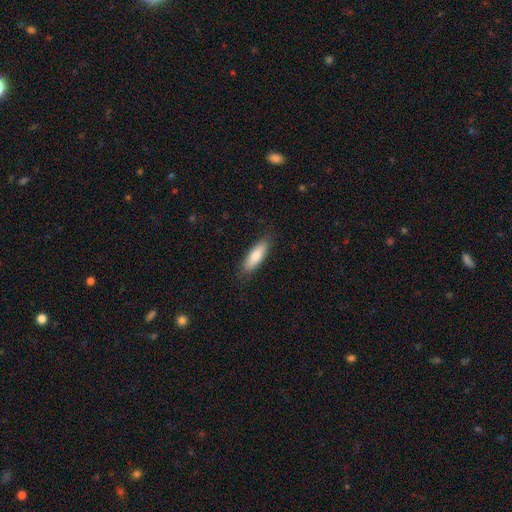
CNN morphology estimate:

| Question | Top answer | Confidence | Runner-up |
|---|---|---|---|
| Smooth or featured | smooth | 79% | featured or disk (16%) |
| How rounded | in between | 54% | cigar-shaped (45%) |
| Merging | none | 85% | minor disturbance (11%) |